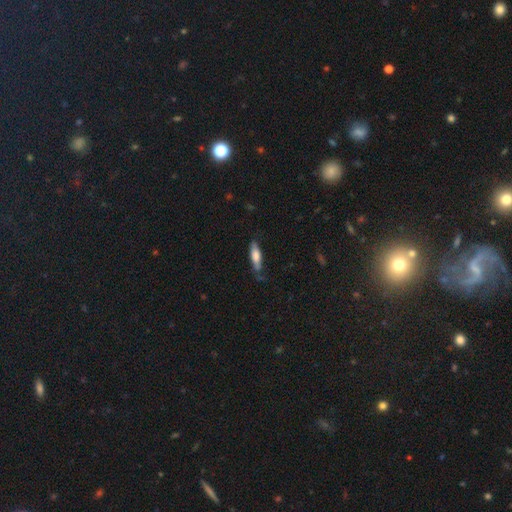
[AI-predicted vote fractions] Smooth or featured? smooth (72%)
How rounded? cigar-shaped (54%)
Merging? none (65%)